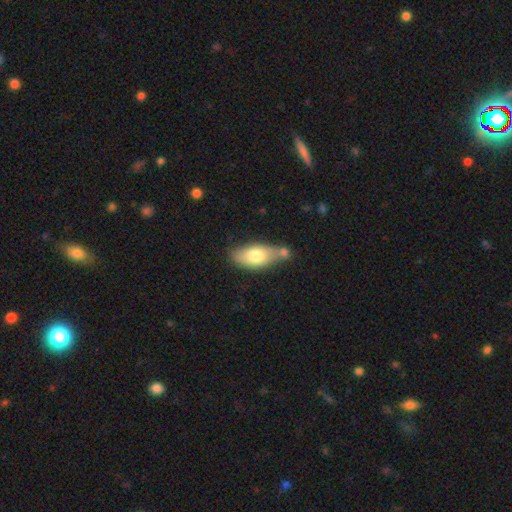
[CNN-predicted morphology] The model was most divided on "merging": none: 43%, merger: 30%, minor disturbance: 20%, major disturbance: 7%. More confident: how rounded — in between (85%); smooth or featured — smooth (72%).